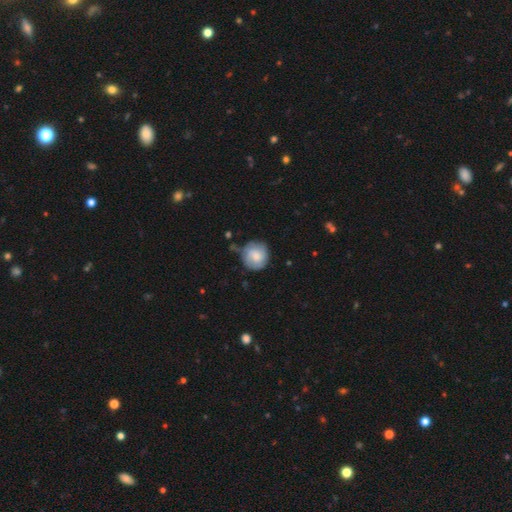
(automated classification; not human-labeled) Smooth or featured: smooth — 58% (featured or disk — 35%)
How rounded: round — 86% (in between — 13%)
Merging: none — 63% (minor disturbance — 25%)